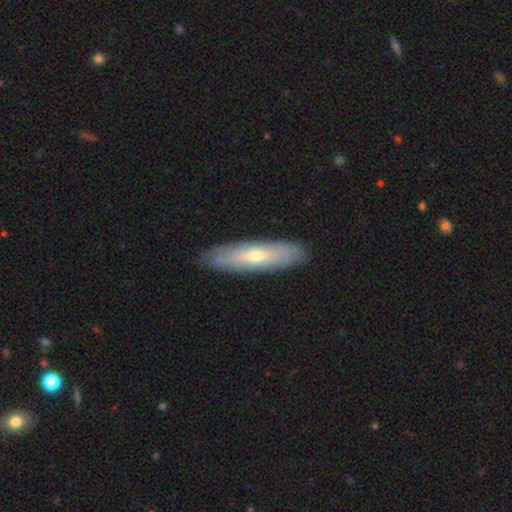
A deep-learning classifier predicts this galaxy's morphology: Overall: smooth (49%; featured or disk 46%). Merging: none (85%).